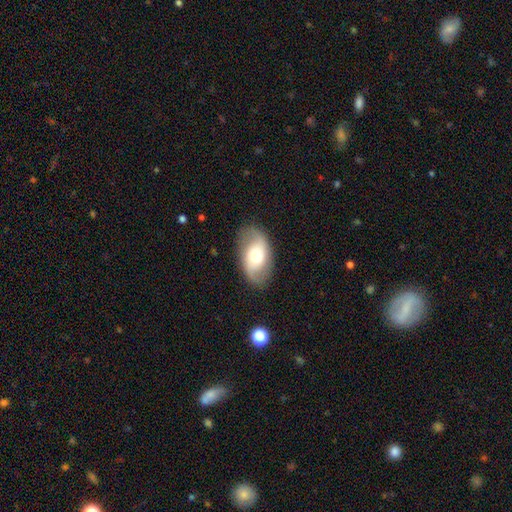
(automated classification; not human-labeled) smooth-or-featured: featured or disk: 48% | smooth: 45% | star or artifact: 7%
  merging: none: 81% | minor disturbance: 13% | major disturbance: 5% | merger: 1%